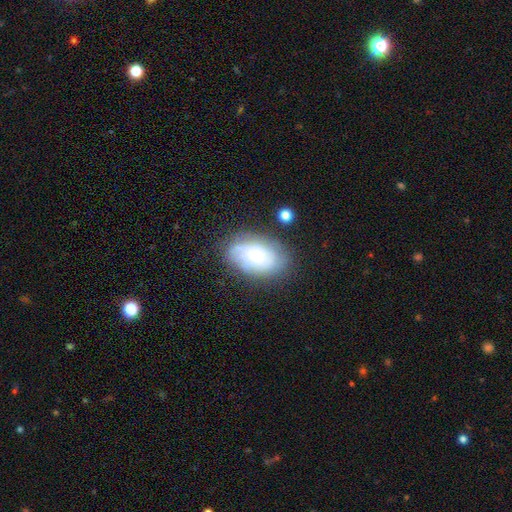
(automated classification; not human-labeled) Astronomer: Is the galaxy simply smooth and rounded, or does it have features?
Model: featured or disk — 48% (runner-up: smooth, 43%).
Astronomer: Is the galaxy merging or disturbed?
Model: none — 69%.